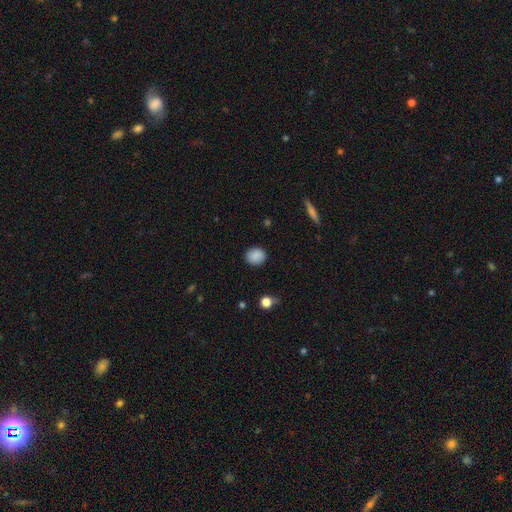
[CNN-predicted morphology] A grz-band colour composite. It shows a smooth galaxy with no disk features (88%) that is round (73%). Merging: none (88%).